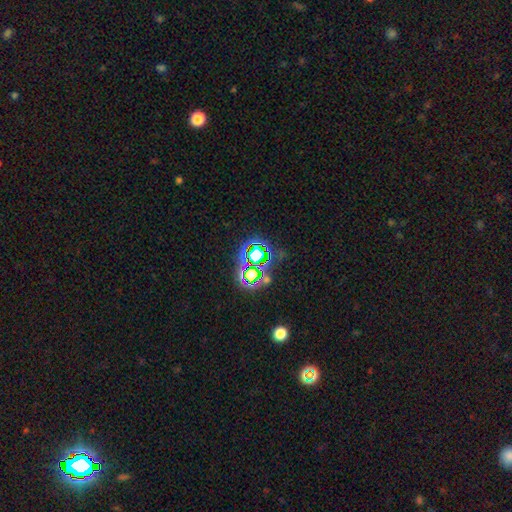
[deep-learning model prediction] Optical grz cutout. It shows a star or artifact, not a galaxy (67%).